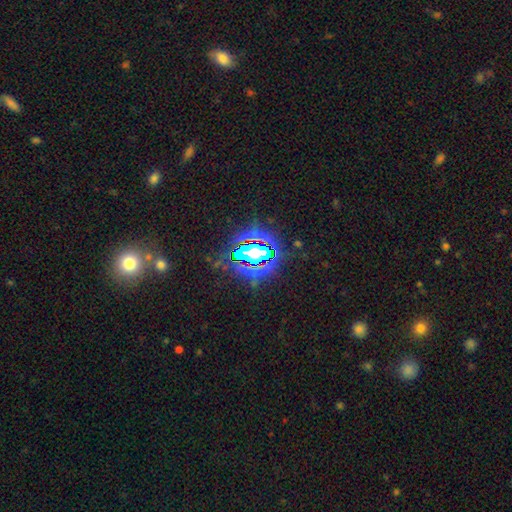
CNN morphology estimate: This appears to be a star or artifact, not a galaxy (80%).